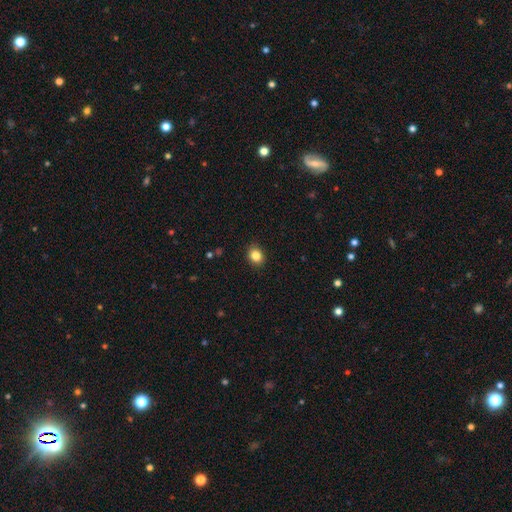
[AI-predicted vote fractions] The model was most divided on "how rounded": round: 58%, in between: 41%, cigar-shaped: 1%. More confident: merging — none (89%); smooth or featured — smooth (84%).